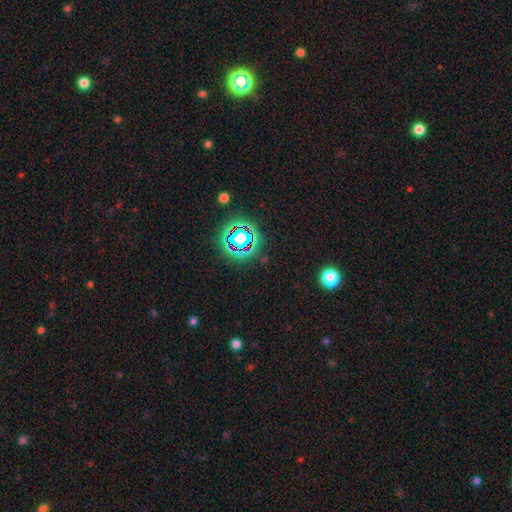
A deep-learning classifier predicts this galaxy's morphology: star or artifact 78%, smooth 13%, featured or disk 8%.